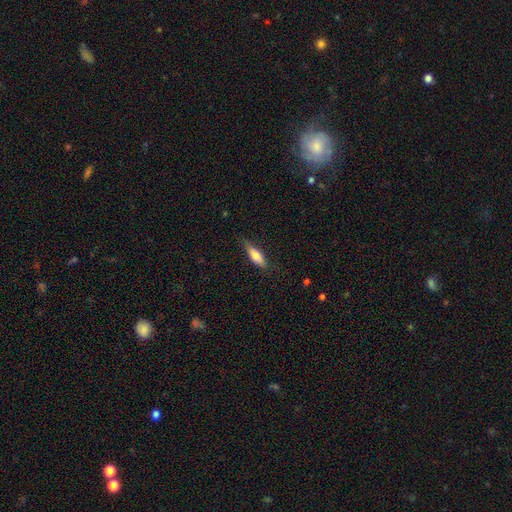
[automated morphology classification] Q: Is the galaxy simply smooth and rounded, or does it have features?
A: smooth — 74%.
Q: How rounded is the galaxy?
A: cigar-shaped — 49%, tied with in between.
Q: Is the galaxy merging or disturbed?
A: none — 75%.